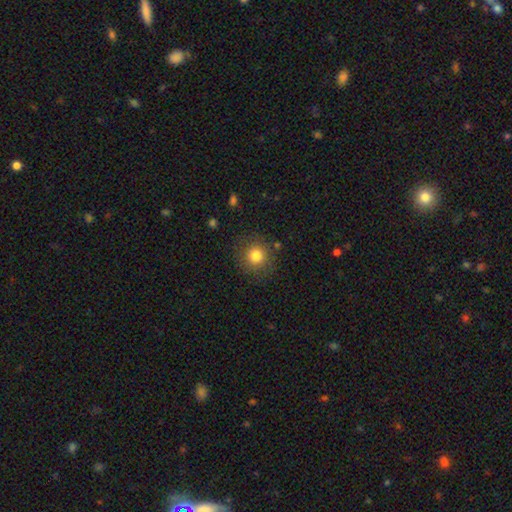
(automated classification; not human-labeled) Overall: smooth (81%). How rounded: round (92%). Merging: none (86%).